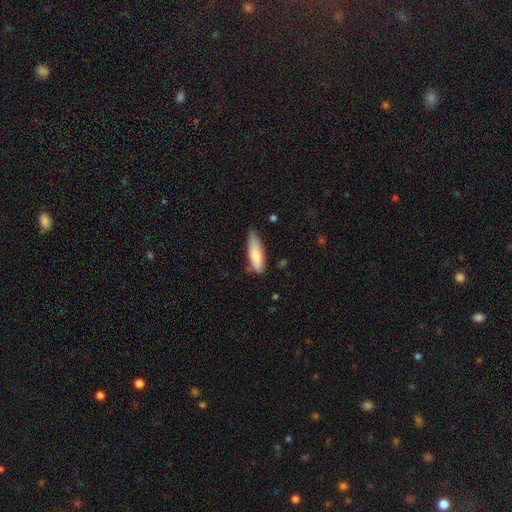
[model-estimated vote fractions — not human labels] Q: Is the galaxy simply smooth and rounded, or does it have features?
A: smooth — 79%.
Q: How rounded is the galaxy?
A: in between — 51%.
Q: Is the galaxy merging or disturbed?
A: none — 62%.